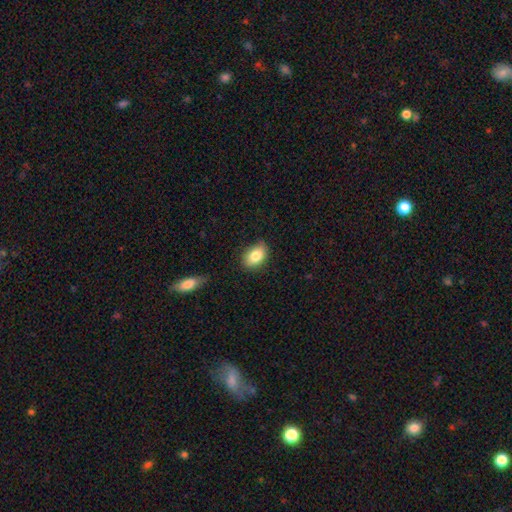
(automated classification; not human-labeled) This is clearly a smooth galaxy (83%). How rounded: likely in between (79%). Merging: likely none (78%).